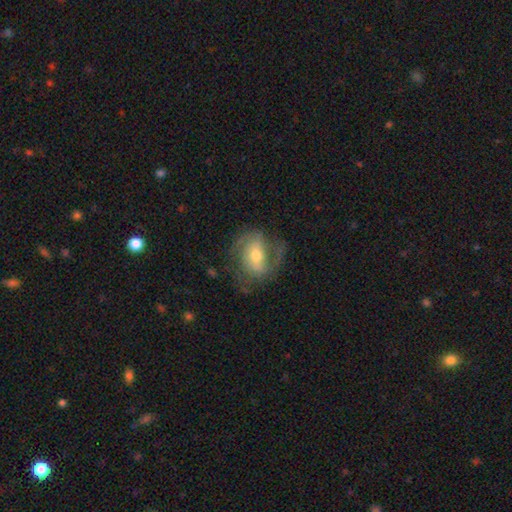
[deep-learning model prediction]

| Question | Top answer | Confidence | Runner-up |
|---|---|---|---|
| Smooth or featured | featured or disk | 74% | smooth (19%) |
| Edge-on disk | no | 96% | yes (4%) |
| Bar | weak | 43% | no (32%) |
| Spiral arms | yes | 87% | no (13%) |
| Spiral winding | medium | 49% | tight (27%) |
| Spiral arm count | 2 | 71% | can't tell (13%) |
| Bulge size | moderate | 65% | small (26%) |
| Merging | none | 60% | minor disturbance (21%) |